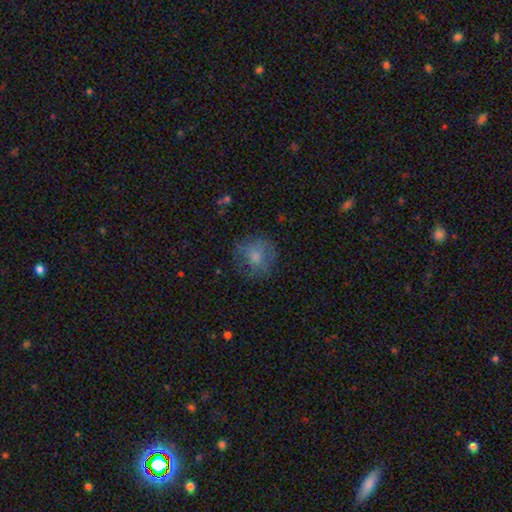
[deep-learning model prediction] smooth-or-featured: smooth: 72% | featured or disk: 18% | star or artifact: 10%
  how-rounded: round: 87% | in between: 12% | cigar-shaped: 1%
  merging: none: 69% | minor disturbance: 19% | major disturbance: 11% | merger: 1%